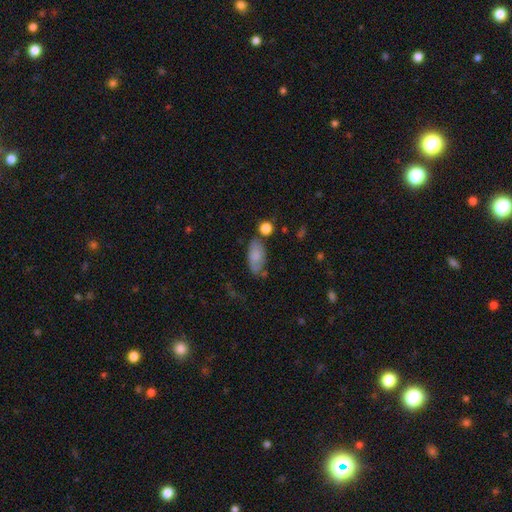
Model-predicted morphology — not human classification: Q: Smooth or featured?
A: smooth (77%); runner-up: featured or disk (16%)
Q: How rounded?
A: in between (90%); runner-up: cigar-shaped (7%)
Q: Merging?
A: none (62%); runner-up: minor disturbance (22%)